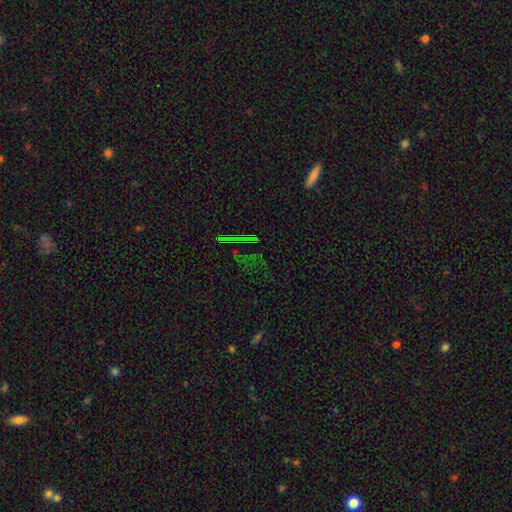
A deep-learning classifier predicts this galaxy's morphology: Smooth or featured?
  - star or artifact: 71% *
  - smooth: 17%
  - featured or disk: 12%